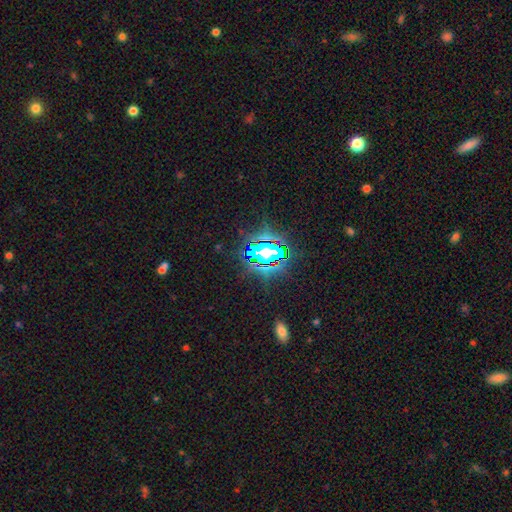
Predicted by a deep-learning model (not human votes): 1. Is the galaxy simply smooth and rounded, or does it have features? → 84% star or artifact, 10% smooth, 7% featured or disk.